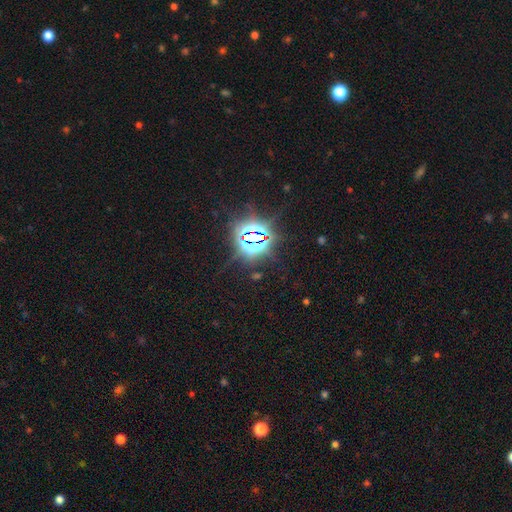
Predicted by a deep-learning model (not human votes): A star or artifact, not a galaxy (83%).

Vote fractions:
- Smooth or featured? star or artifact: 83% / smooth: 9% / featured or disk: 8%